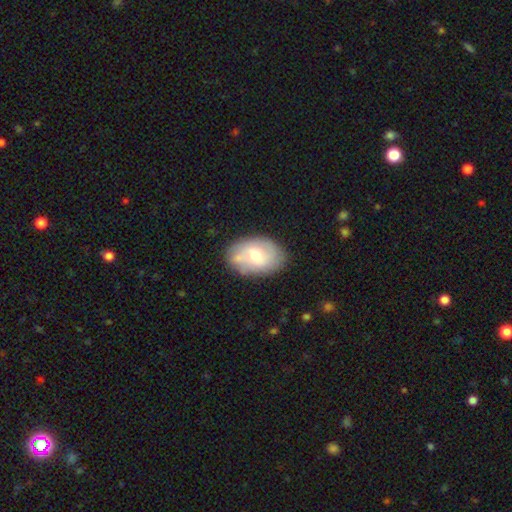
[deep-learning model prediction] Smooth or featured: smooth — 52% (featured or disk — 41%)
How rounded: in between — 81% (round — 17%)
Merging: none — 72% (minor disturbance — 18%)